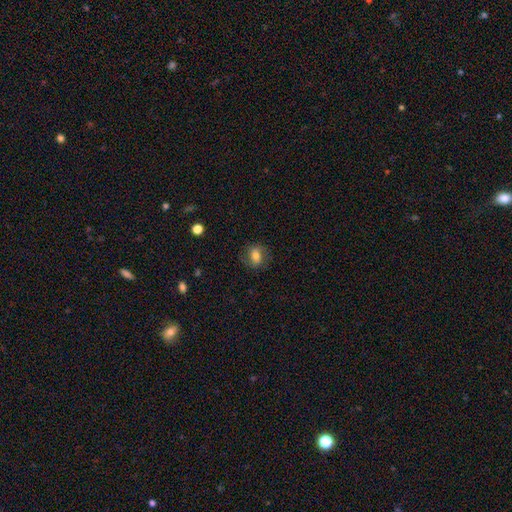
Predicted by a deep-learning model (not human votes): Overall: smooth (69%). How rounded: in between (53%; round 45%). Merging: none (78%).